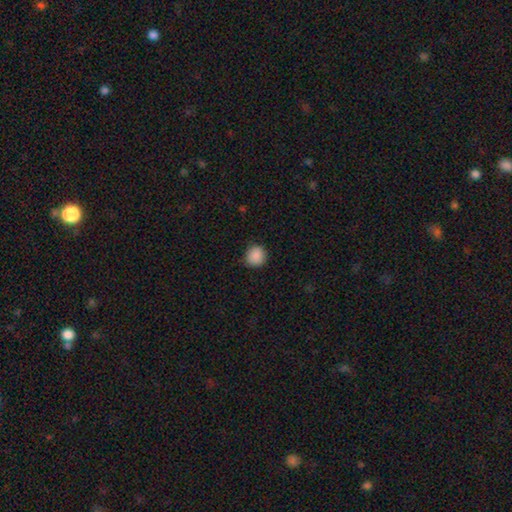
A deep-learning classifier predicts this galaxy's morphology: A smooth galaxy with no disk features (88%) that is round (89%).

Vote fractions:
- Smooth or featured? smooth: 88% / star or artifact: 9% / featured or disk: 3%
- How rounded? round: 89% / in between: 10% / cigar-shaped: 1%
- Merging? none: 86% / minor disturbance: 10% / major disturbance: 2% / merger: 1%